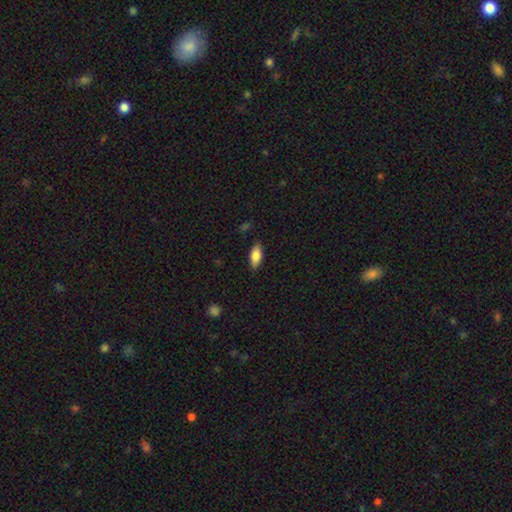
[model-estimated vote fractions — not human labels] The model was most divided on "smooth or featured": smooth: 81%, featured or disk: 13%, star or artifact: 7%. More confident: how rounded — in between (87%); merging — none (84%).